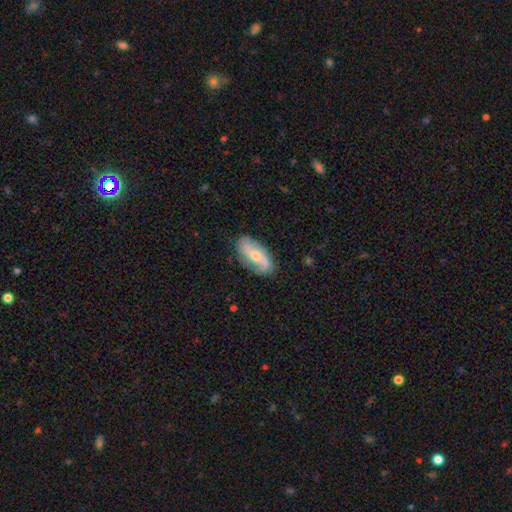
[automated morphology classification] type=featured or disk (71%); edge-on=no (93%); bar=no (52%); spiral arms=yes (90%); winding=loose (40%); arm count=2 (78%); bulge=moderate (48%); merging=none (75%).